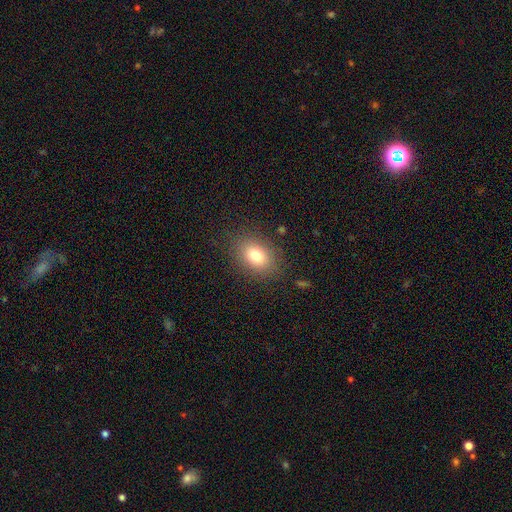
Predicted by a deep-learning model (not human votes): Q: Smooth or featured?
A: smooth (79%); runner-up: featured or disk (11%)
Q: How rounded?
A: in between (77%); runner-up: round (22%)
Q: Merging?
A: none (83%); runner-up: minor disturbance (11%)